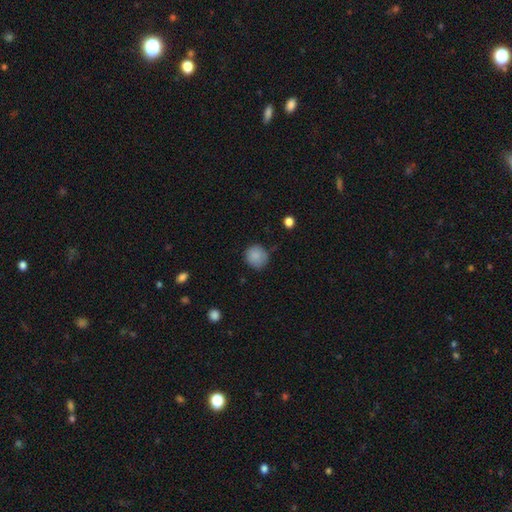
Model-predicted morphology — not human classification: Overall: smooth (86%). How rounded: round (88%). Merging: none (75%).